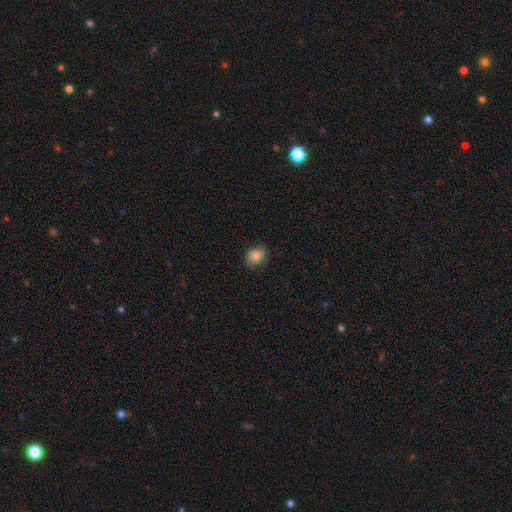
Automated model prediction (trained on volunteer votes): The model was most divided on "how rounded": round: 53%, in between: 46%, cigar-shaped: 1%. More confident: smooth or featured — smooth (80%); merging — none (72%).